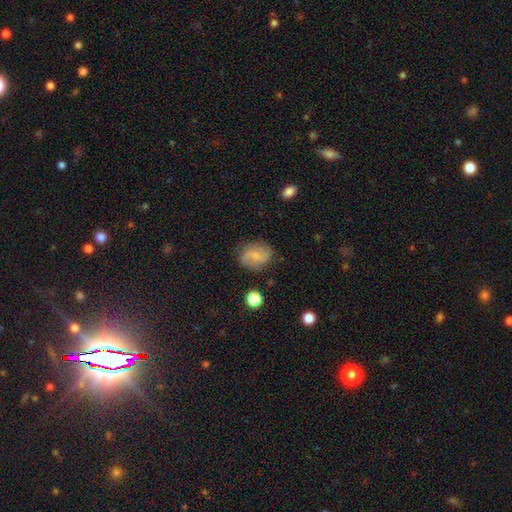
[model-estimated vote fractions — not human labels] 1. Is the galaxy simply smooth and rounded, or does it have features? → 46% smooth, 44% featured or disk, 10% star or artifact.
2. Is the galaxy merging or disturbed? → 75% none, 18% minor disturbance, 6% major disturbance, 2% merger.